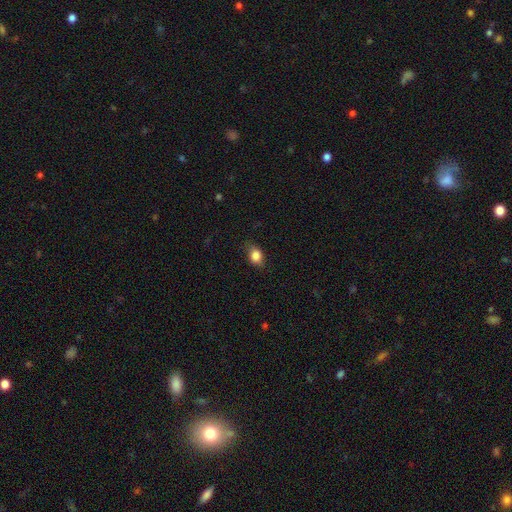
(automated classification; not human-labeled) Smooth or featured? smooth (83%)
How rounded? in between (65%)
Merging? none (73%)